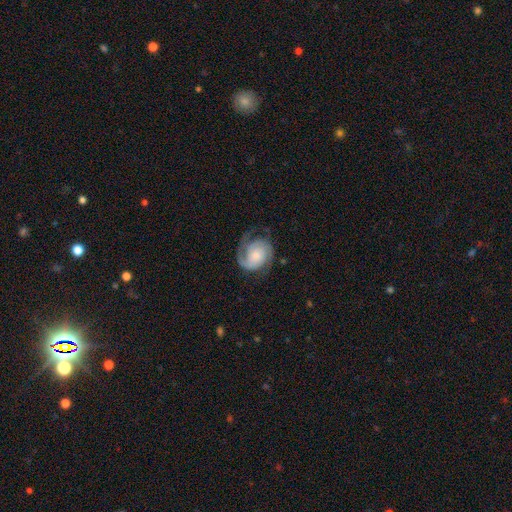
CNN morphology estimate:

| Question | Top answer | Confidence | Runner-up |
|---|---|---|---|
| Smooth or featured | featured or disk | 78% | smooth (16%) |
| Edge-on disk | no | 98% | yes (2%) |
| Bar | no | 69% | weak (26%) |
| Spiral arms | yes | 96% | no (4%) |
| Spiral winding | tight | 42% | tied: medium (42%) |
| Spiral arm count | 2 | 70% | 1 (13%) |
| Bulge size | moderate | 33% | small (31%) |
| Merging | none | 62% | minor disturbance (21%) |